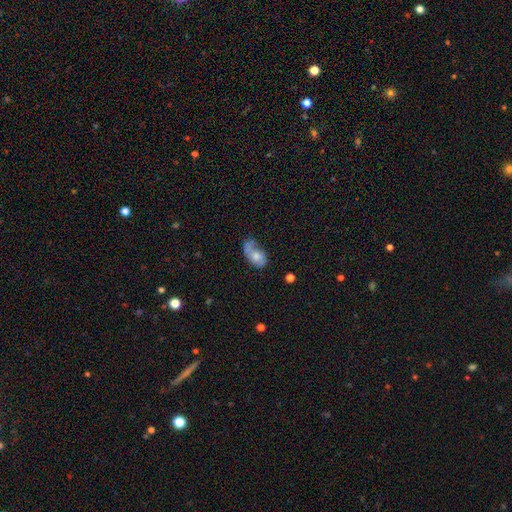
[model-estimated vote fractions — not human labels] The model was most divided on "merging": major disturbance: 32%, minor disturbance: 28%, none: 27%, merger: 13%. More confident: how rounded — in between (89%); smooth or featured — smooth (59%).